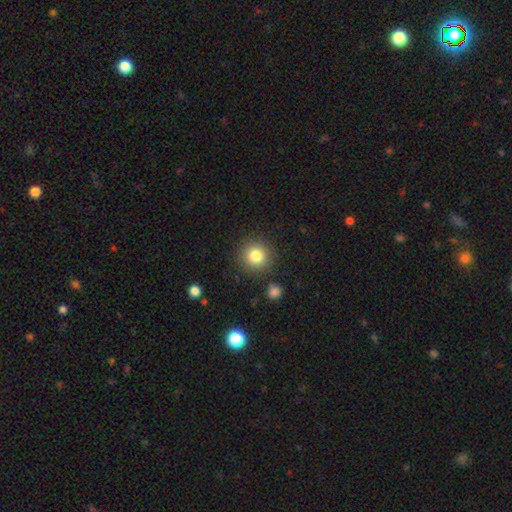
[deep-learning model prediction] The model was most divided on "smooth or featured": smooth: 82%, star or artifact: 11%, featured or disk: 7%. More confident: how rounded — round (93%); merging — none (87%).